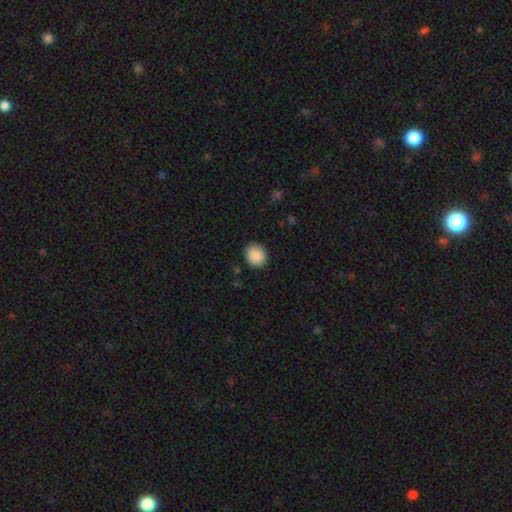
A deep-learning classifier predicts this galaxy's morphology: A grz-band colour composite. It shows a smooth galaxy with no disk features (90%) that is round (78%). Merging: none (89%).